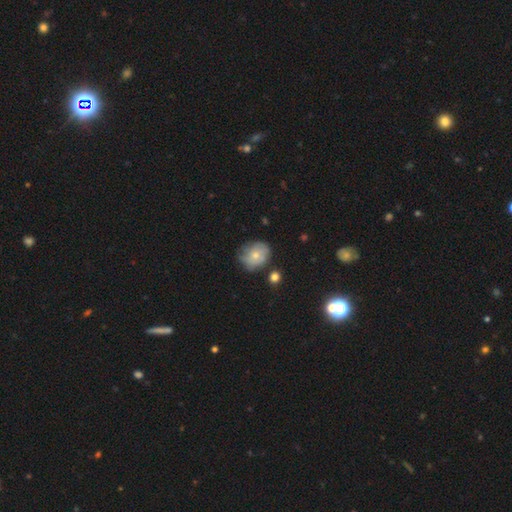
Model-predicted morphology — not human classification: Smooth or featured: smooth — 64% (featured or disk — 28%)
How rounded: round — 61% (in between — 38%)
Merging: none — 56% (minor disturbance — 31%)